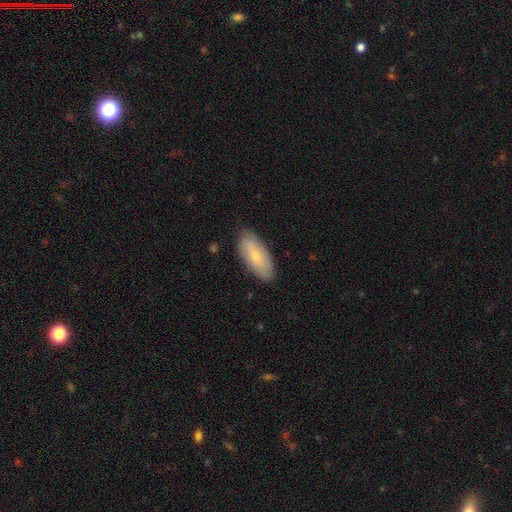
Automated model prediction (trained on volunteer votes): smooth_or_featured: smooth (p=0.65) [alt: featured or disk p=0.29]
how_rounded: in between (p=0.83) [alt: cigar-shaped p=0.14]
merging: none (p=0.85) [alt: minor disturbance p=0.12]